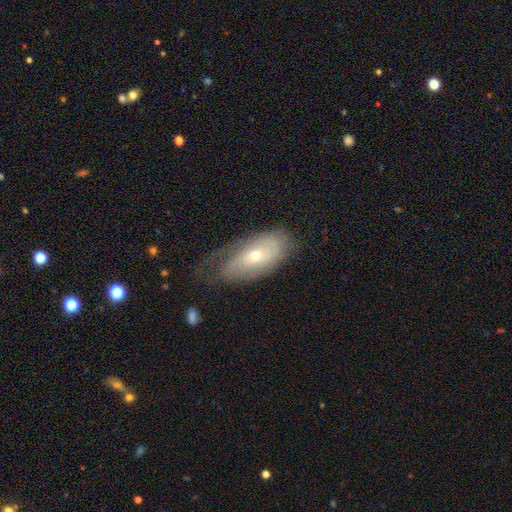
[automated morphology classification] Smooth or featured: featured or disk — 51% (smooth — 41%)
Edge-on disk: no — 86% (yes — 14%)
Merging: none — 47% (minor disturbance — 30%)